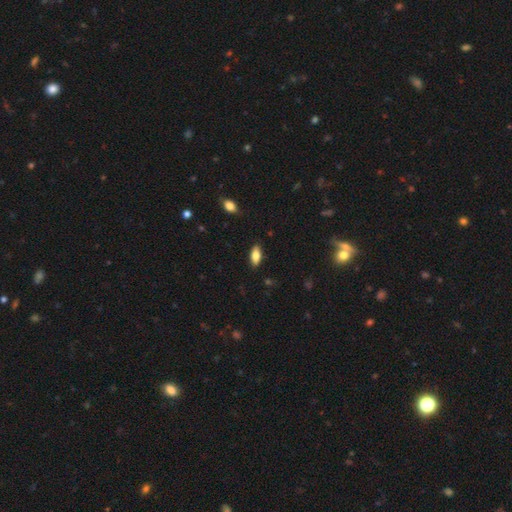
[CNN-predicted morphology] Smooth or featured: smooth — 75% (featured or disk — 18%)
How rounded: in between — 85% (cigar-shaped — 13%)
Merging: none — 87% (minor disturbance — 10%)